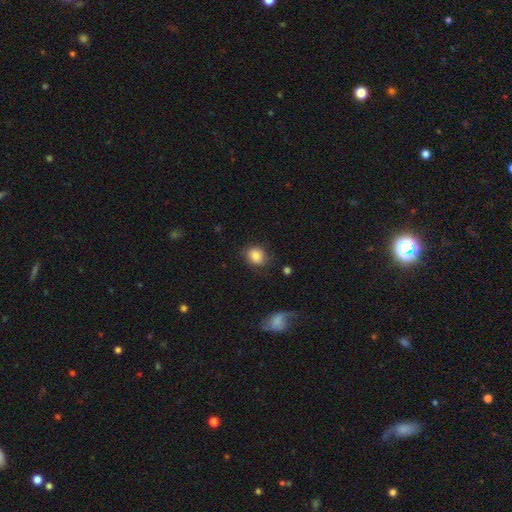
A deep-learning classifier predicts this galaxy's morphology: A smooth galaxy with no disk features (83%) that is round (64%). Merging: none (72%).